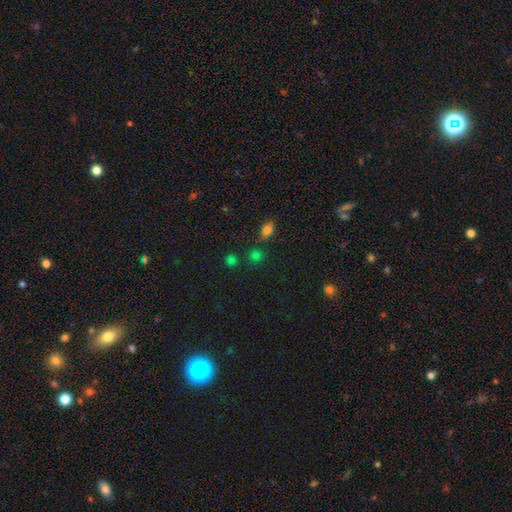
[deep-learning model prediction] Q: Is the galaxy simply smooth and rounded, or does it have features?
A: smooth — 69%.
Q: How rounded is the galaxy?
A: round — 80%.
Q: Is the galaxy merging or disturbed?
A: none — 73%.